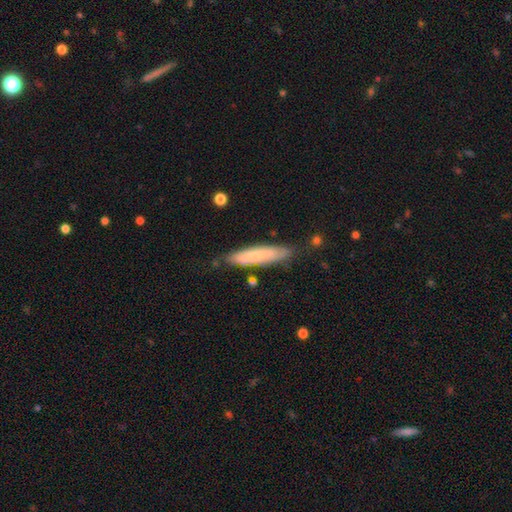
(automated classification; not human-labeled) smooth-or-featured: smooth: 64% | featured or disk: 30% | star or artifact: 6%
  how-rounded: cigar-shaped: 82% | in between: 17% | round: 1%
  merging: none: 76% | minor disturbance: 18% | major disturbance: 3% | merger: 3%